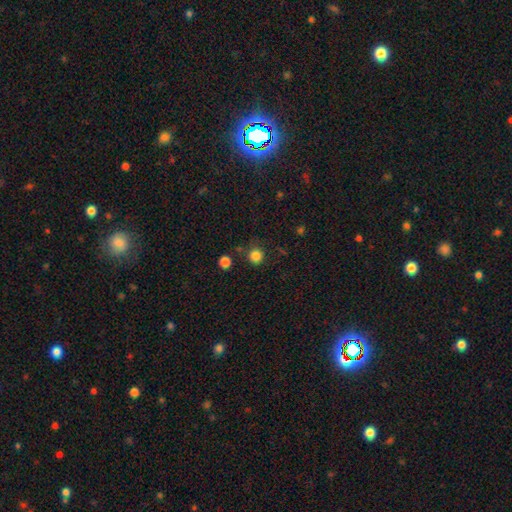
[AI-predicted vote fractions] Morphology: type=smooth (84%); roundness=round (92%); merging=none (80%).